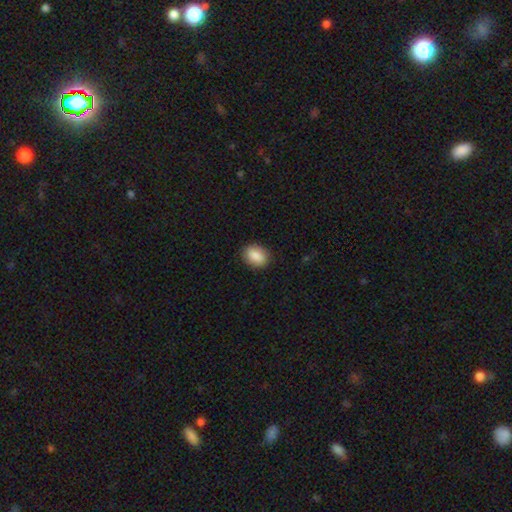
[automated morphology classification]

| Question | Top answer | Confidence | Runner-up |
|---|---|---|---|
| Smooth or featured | smooth | 88% | star or artifact (7%) |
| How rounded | in between | 71% | round (28%) |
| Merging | none | 89% | minor disturbance (8%) |